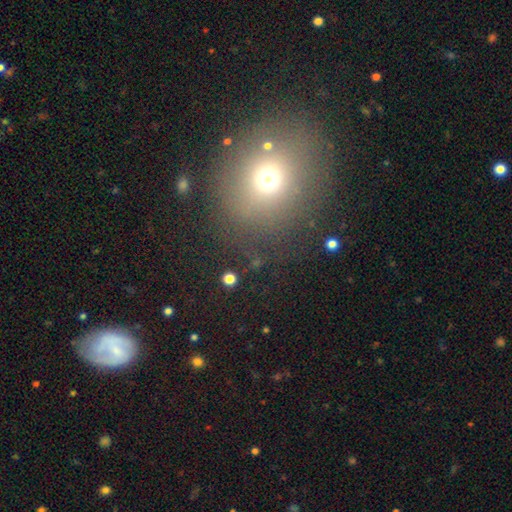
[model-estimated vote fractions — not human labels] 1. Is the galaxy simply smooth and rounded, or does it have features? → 57% smooth, 29% star or artifact, 14% featured or disk.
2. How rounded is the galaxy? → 75% round, 23% in between, 2% cigar-shaped.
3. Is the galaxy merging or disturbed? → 80% none, 11% minor disturbance, 5% major disturbance, 4% merger.